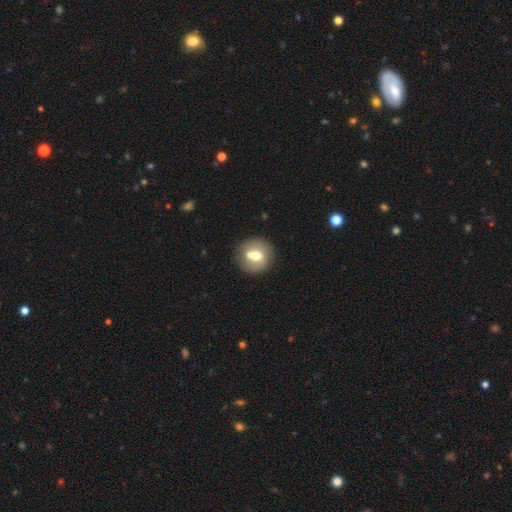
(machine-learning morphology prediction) This is likely a smooth galaxy (64%). How rounded: clearly round (87%). Merging: likely none (63%).